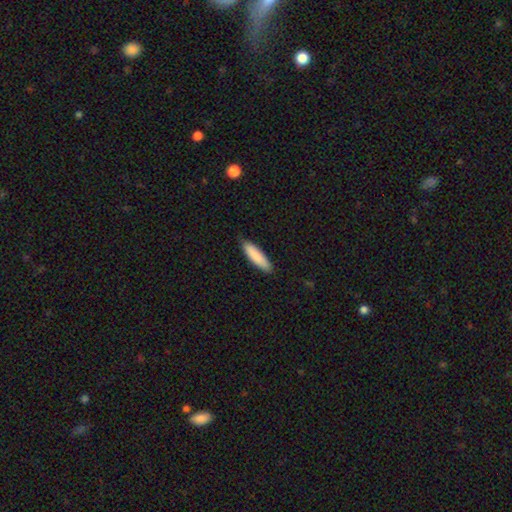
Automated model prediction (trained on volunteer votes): Morphology: type=smooth (87%); roundness=cigar-shaped (67%); merging=none (84%).